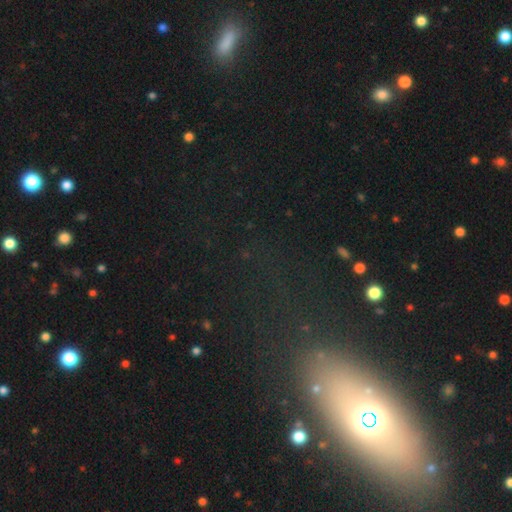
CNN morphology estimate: Smooth or featured? Predicted: star or artifact (p=0.44).